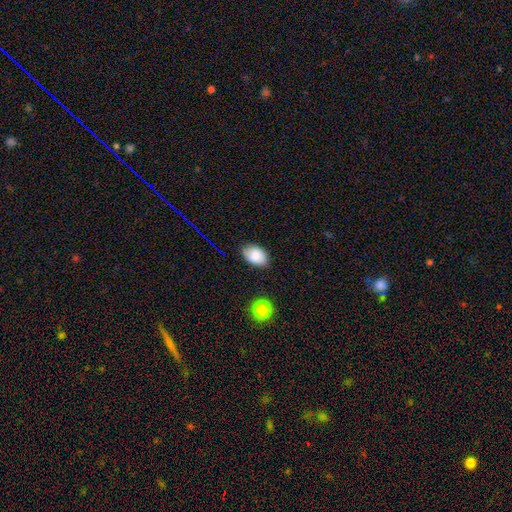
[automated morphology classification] Smooth or featured: smooth — 82% (featured or disk — 9%)
How rounded: in between — 88% (round — 11%)
Merging: none — 81% (minor disturbance — 15%)